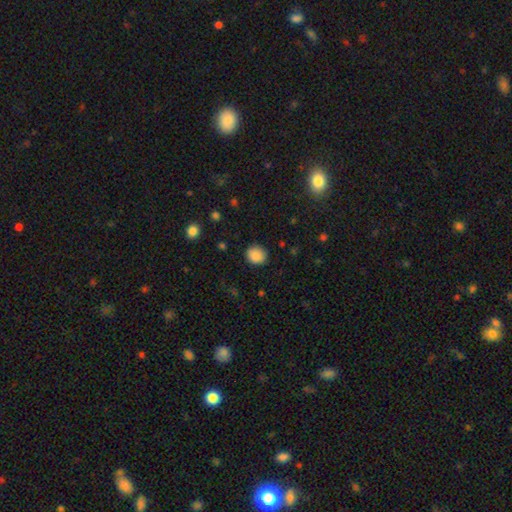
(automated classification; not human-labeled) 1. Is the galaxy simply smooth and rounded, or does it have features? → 88% smooth, 9% star or artifact, 3% featured or disk.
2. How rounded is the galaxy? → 80% round, 19% in between, 1% cigar-shaped.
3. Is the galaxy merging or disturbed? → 87% none, 9% minor disturbance, 3% major disturbance, 1% merger.